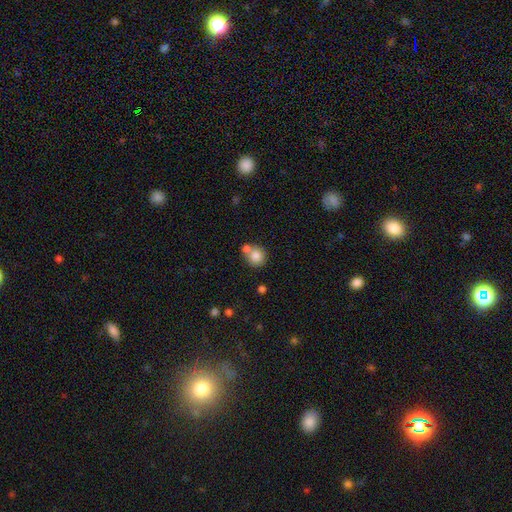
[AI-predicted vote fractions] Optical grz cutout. It shows a smooth galaxy with no disk features (82%) that is round (89%). Merging: none (56%).